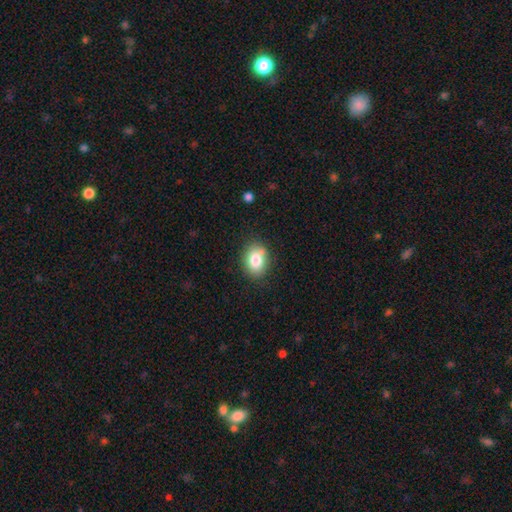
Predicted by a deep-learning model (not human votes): A smooth galaxy with no disk features (82%) that is in between round and cigar-shaped (67%).

Vote fractions:
- Smooth or featured? smooth: 82% / star or artifact: 10% / featured or disk: 8%
- How rounded? in between: 67% / round: 32% / cigar-shaped: 1%
- Merging? none: 86% / minor disturbance: 11% / major disturbance: 2% / merger: 1%